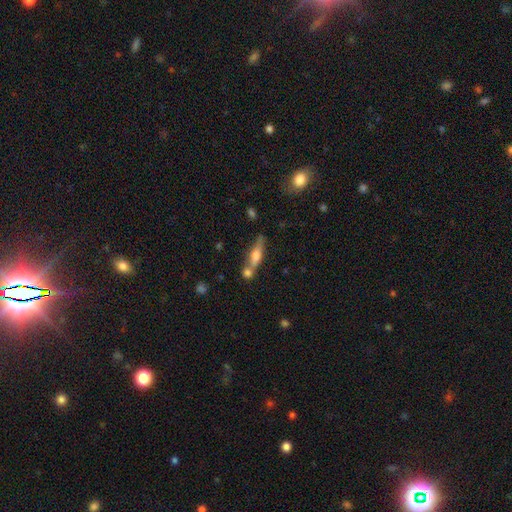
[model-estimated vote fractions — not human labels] smooth_or_featured: featured or disk (p=0.47) [alt: smooth p=0.45]
merging: none (p=0.56) [alt: merger p=0.28]